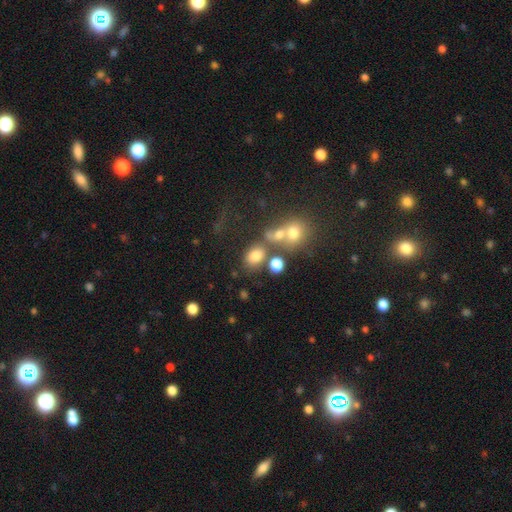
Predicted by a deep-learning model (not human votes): A smooth galaxy with no disk features (74%) that is in between round and cigar-shaped (62%).

Vote fractions:
- Smooth or featured? smooth: 74% / star or artifact: 15% / featured or disk: 11%
- How rounded? in between: 62% / round: 36% / cigar-shaped: 2%
- Merging? none: 53% / merger: 24% / minor disturbance: 14% / major disturbance: 9%